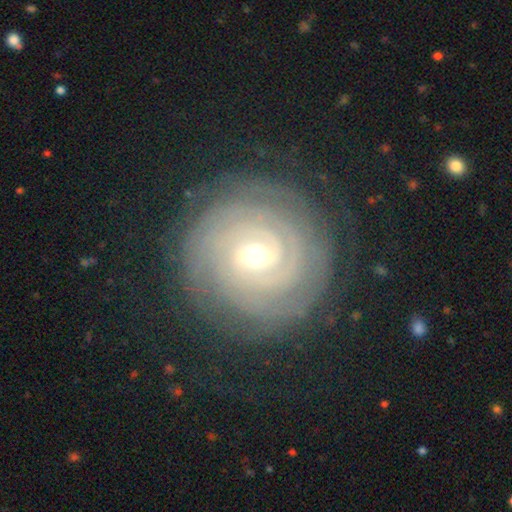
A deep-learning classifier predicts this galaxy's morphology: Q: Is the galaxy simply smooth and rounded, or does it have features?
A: featured or disk — 87%.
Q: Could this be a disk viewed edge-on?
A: no — 97%.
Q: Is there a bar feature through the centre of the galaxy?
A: weak — 50%.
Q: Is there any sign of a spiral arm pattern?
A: yes — 98%.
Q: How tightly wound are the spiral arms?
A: tight — 90%.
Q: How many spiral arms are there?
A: can't tell — 26%.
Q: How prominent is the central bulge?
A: moderate — 58%.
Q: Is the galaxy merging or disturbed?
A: none — 85%.